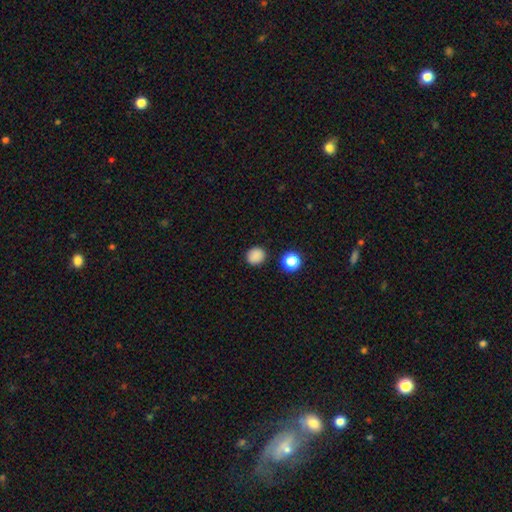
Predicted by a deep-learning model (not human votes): smooth 85%, star or artifact 11%, featured or disk 3%. Down the decision tree: how rounded — round (85%); merging — none (88%).